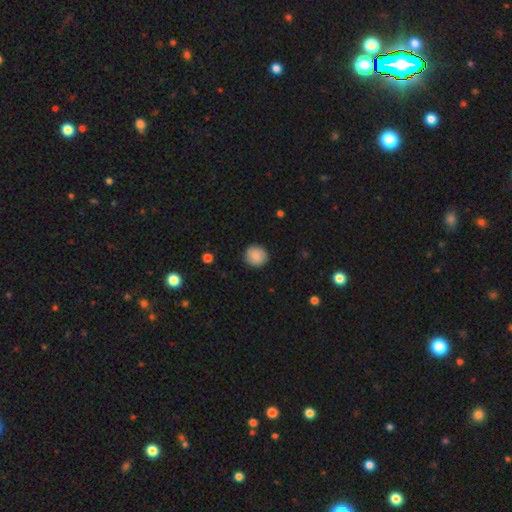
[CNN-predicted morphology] Overall: smooth (88%). How rounded: round (88%). Merging: none (89%).